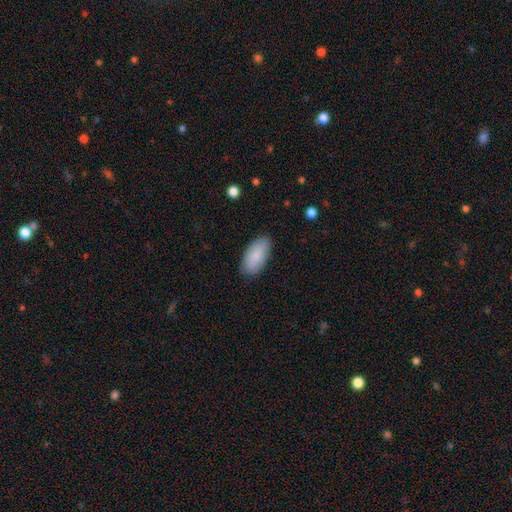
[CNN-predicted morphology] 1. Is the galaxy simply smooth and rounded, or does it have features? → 87% smooth, 7% featured or disk, 6% star or artifact.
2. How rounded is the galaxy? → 93% in between, 5% cigar-shaped, 2% round.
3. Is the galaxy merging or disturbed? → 84% none, 12% minor disturbance, 2% major disturbance, 1% merger.